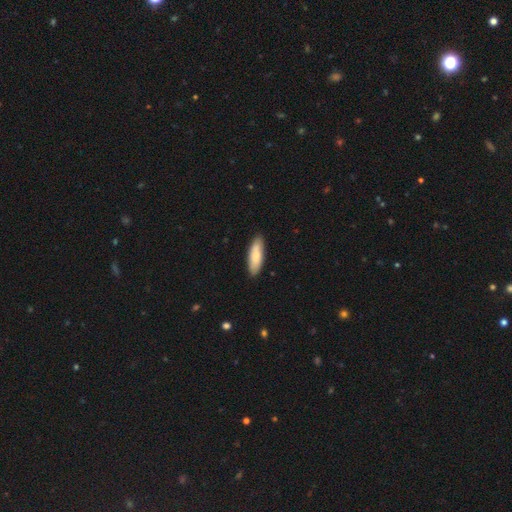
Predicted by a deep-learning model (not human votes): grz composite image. It shows a smooth galaxy with no disk features (82%) that is in between round and cigar-shaped (53%). Merging: none (87%).